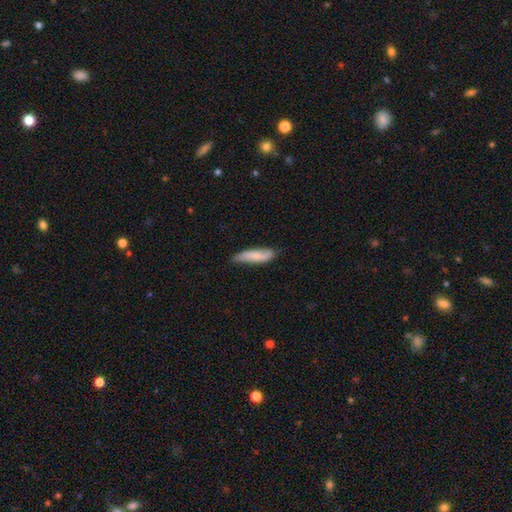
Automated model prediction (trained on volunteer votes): This is likely a smooth galaxy (70%). How rounded: likely cigar-shaped (63%). Merging: likely none (64%).